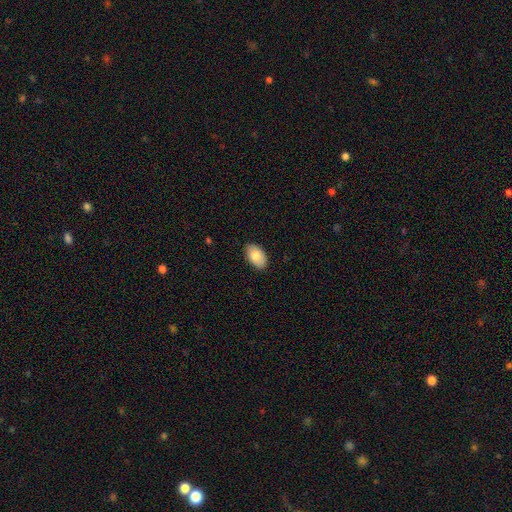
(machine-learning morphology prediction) Smooth or featured? Predicted: smooth (p=0.81). How rounded? Predicted: in between (p=0.93). Merging? Predicted: none (p=0.86).